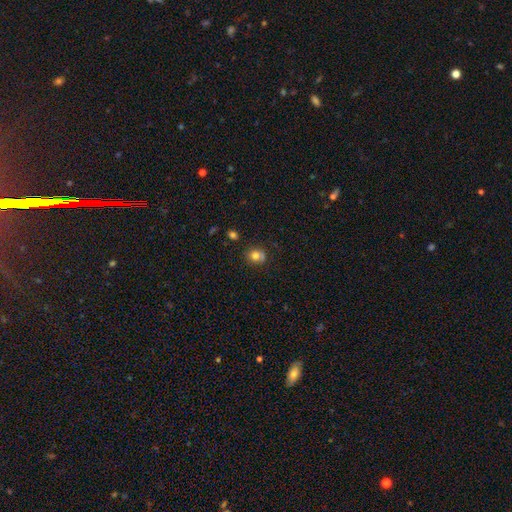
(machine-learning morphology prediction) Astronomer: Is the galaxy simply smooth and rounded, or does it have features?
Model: smooth — 76%.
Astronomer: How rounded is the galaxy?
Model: round — 73%.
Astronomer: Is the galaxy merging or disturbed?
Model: none — 62%.